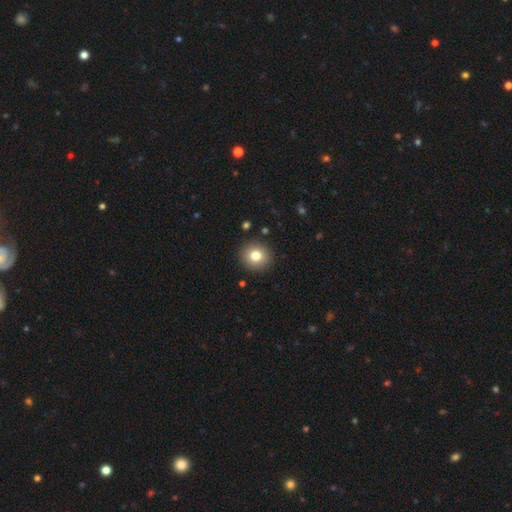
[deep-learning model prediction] A smooth galaxy with no disk features (79%) that is round (90%).

Vote fractions:
- Smooth or featured? smooth: 79% / star or artifact: 11% / featured or disk: 10%
- How rounded? round: 90% / in between: 9% / cigar-shaped: 1%
- Merging? none: 91% / minor disturbance: 6% / major disturbance: 2% / merger: 1%